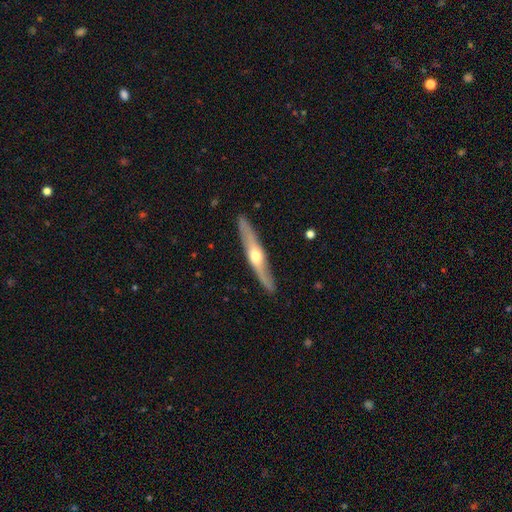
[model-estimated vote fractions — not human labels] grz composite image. It shows a featured or disk galaxy (67%) viewed edge-on (91%) with a rounded central bulge (91%). Merging: none (89%).